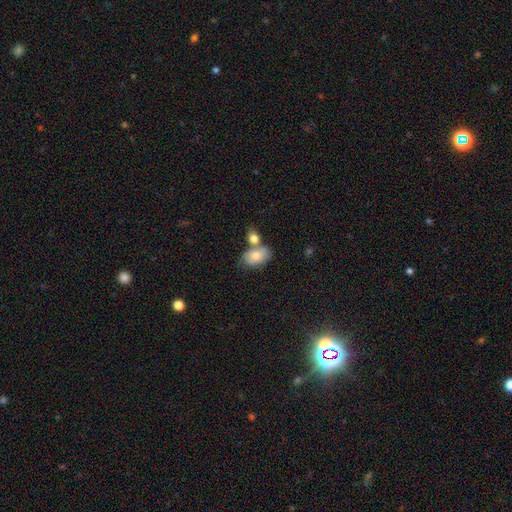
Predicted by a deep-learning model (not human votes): Smooth or featured?
  - smooth: 74% *
  - featured or disk: 18%
  - star or artifact: 7%
How rounded?
  - in between: 86% *
  - round: 12%
  - cigar-shaped: 1%
Merging?
  - merger: 40% *
  - none: 39%
  - minor disturbance: 15%
  - major disturbance: 5%